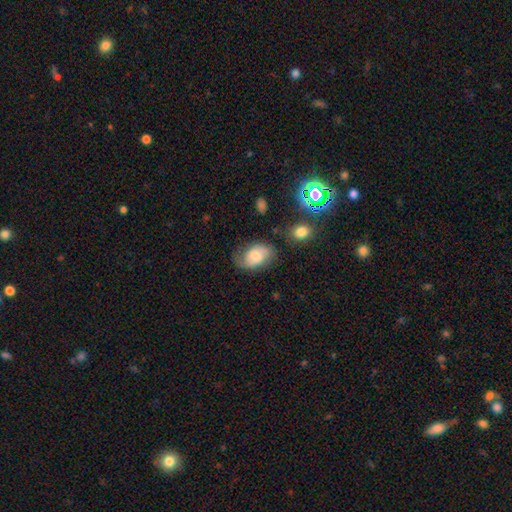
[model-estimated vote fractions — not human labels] Smooth or featured?
  - smooth: 48% *
  - featured or disk: 42%
  - star or artifact: 9%
Merging?
  - none: 60% *
  - minor disturbance: 26%
  - major disturbance: 11%
  - merger: 3%